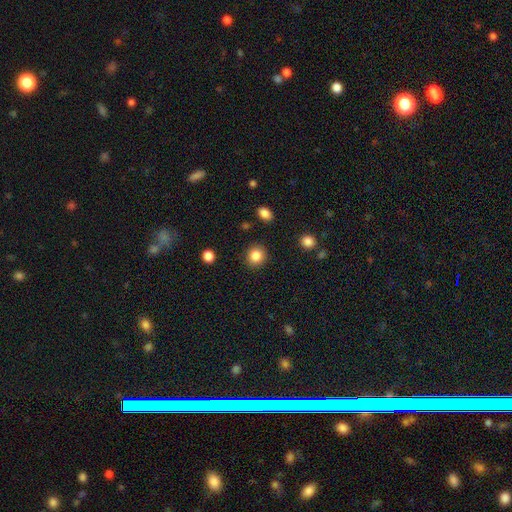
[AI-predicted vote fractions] Smooth or featured? Predicted: smooth (p=0.85). How rounded? Predicted: round (p=0.88). Merging? Predicted: none (p=0.89).